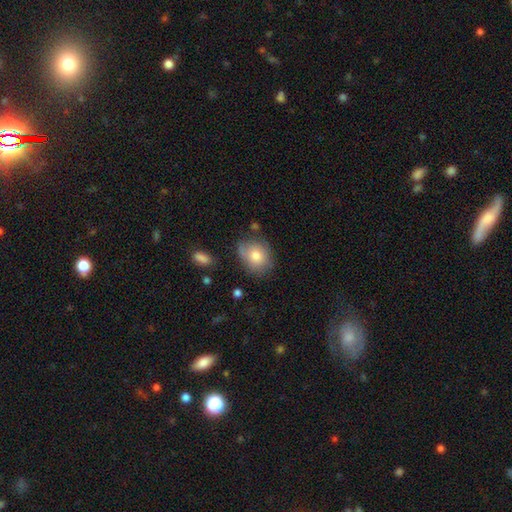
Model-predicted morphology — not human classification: This is likely a smooth galaxy (75%). How rounded: possibly round (57%). Merging: likely none (64%).